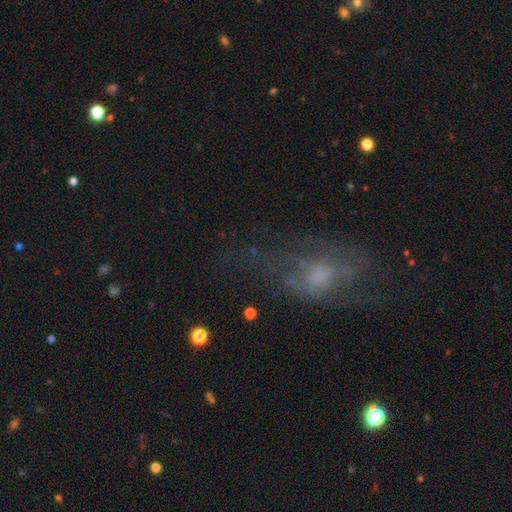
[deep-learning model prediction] The model was most divided on "smooth or featured": featured or disk: 45%, smooth: 33%, star or artifact: 21%. Remaining: merging — none (49%).